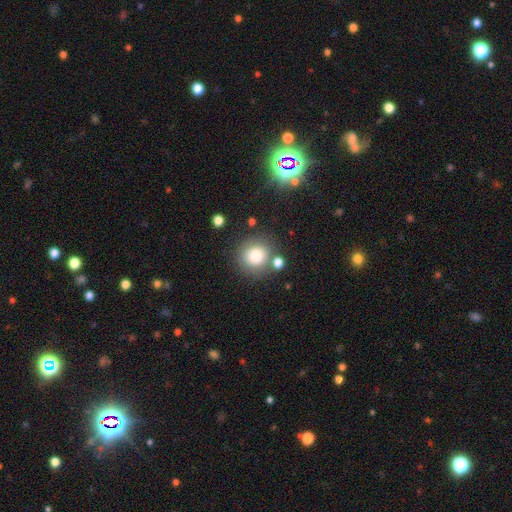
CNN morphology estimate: smooth 81%, star or artifact 10%, featured or disk 9%. Down the decision tree: how rounded — round (88%); merging — none (74%).